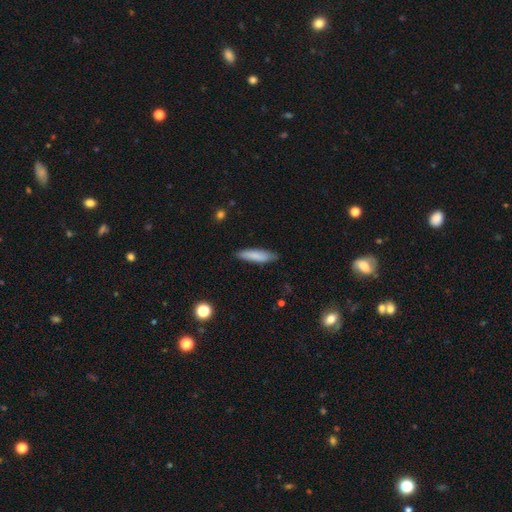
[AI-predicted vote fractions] smooth-or-featured: smooth: 82% | featured or disk: 12% | star or artifact: 6%
  how-rounded: cigar-shaped: 74% | in between: 24% | round: 1%
  merging: none: 83% | minor disturbance: 13% | major disturbance: 2% | merger: 1%